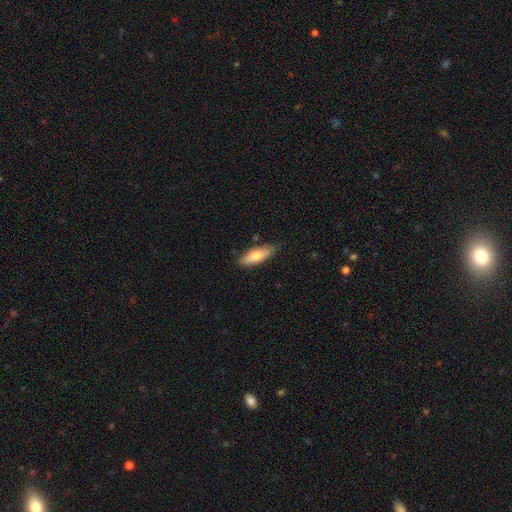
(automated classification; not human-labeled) Smooth or featured? Predicted: smooth (p=0.75). How rounded? Predicted: in between (p=0.52). Merging? Predicted: none (p=0.79).